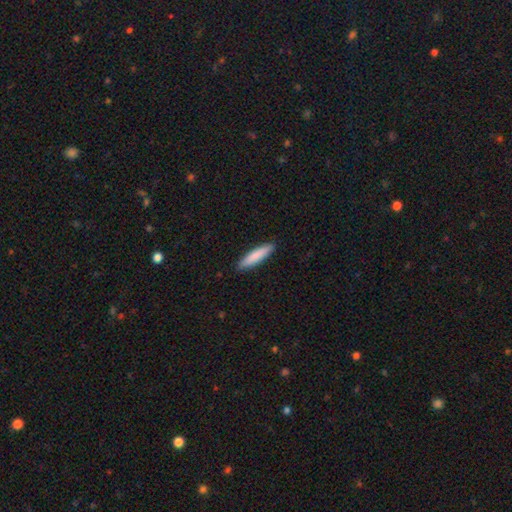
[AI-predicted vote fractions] Overall: smooth (85%). How rounded: cigar-shaped (82%). Merging: none (91%).